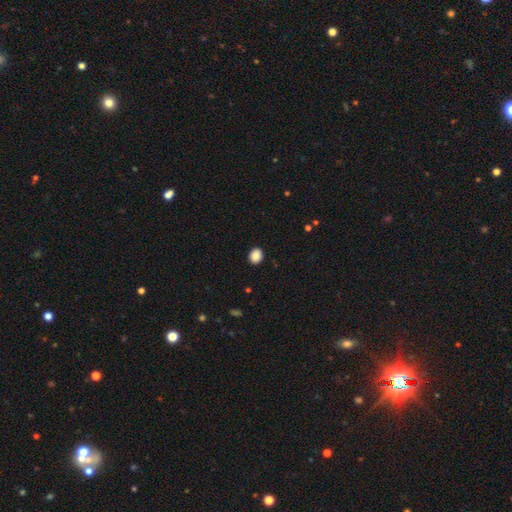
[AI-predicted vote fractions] Smooth or featured? smooth (89%)
How rounded? round (57%)
Merging? none (91%)